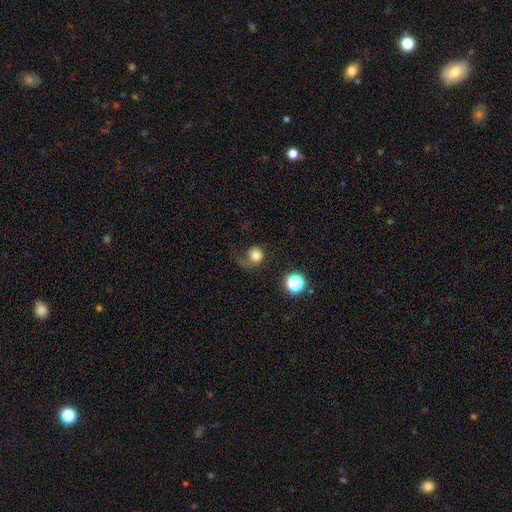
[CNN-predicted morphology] This appears to be a smooth galaxy with no disk features (67%) that is round (85%). Merging: major disturbance (40%).